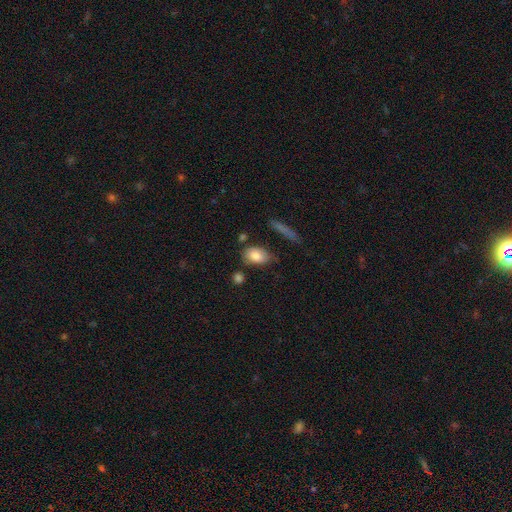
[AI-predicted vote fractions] Smooth or featured? Predicted: smooth (p=0.80). How rounded? Predicted: in between (p=0.86). Merging? Predicted: none (p=0.66).